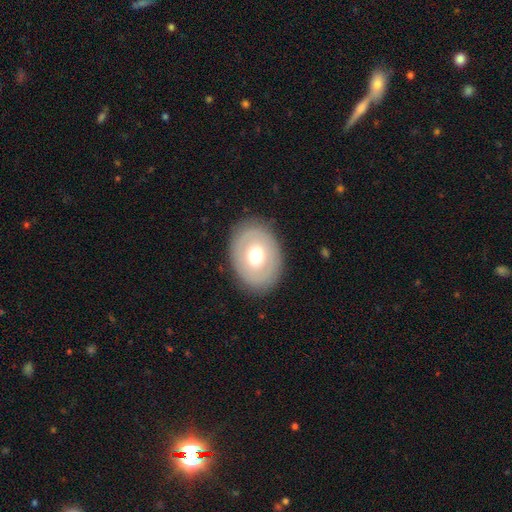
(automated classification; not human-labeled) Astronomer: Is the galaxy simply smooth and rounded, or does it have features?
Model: smooth — 55% (runner-up: featured or disk, 38%).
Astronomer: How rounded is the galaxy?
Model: in between — 69%.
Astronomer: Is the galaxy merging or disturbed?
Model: none — 84%.